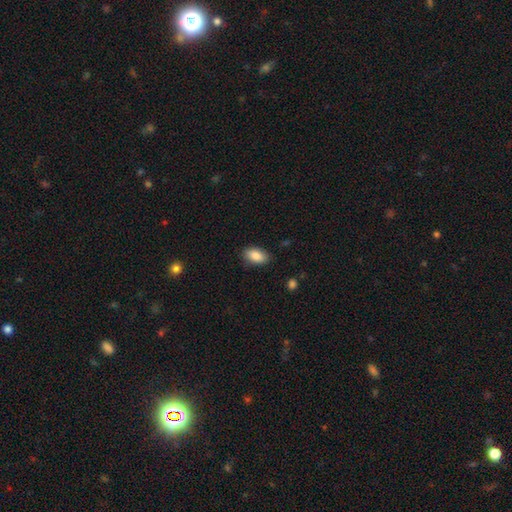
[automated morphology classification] This appears to be a smooth galaxy with no disk features (87%) that is in between round and cigar-shaped (93%). Merging: none (86%).